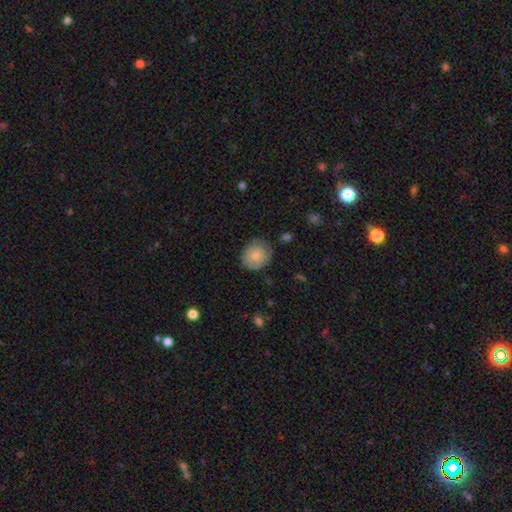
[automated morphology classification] Overall: smooth (80%). How rounded: round (83%). Merging: none (78%).